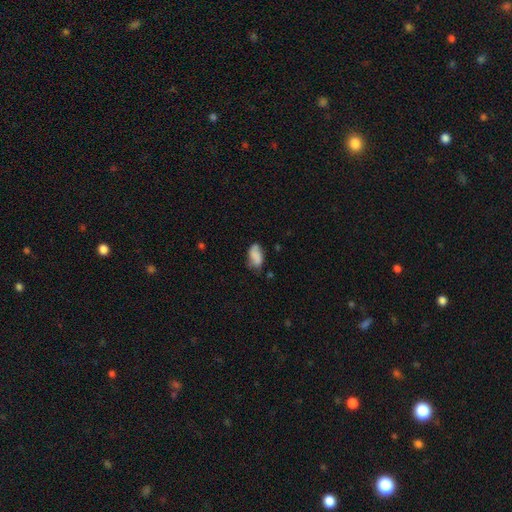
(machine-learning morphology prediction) A smooth galaxy with no disk features (76%) that is in between round and cigar-shaped (91%). Merging: none (56%).